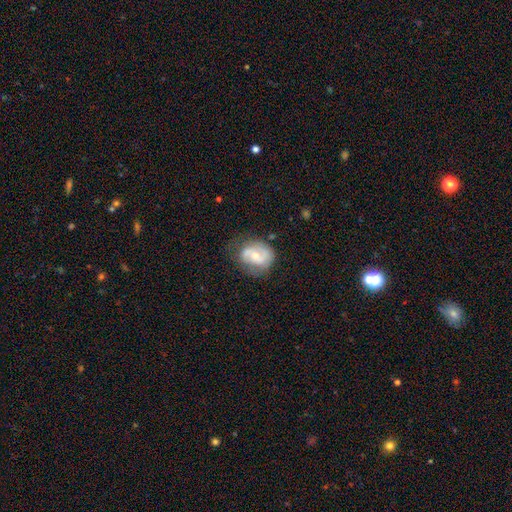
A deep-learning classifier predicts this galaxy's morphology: type=featured or disk (58%); edge-on=no (97%); bar=no (55%); spiral arms=yes (67%); bulge=moderate (56%); merging=none (56%).